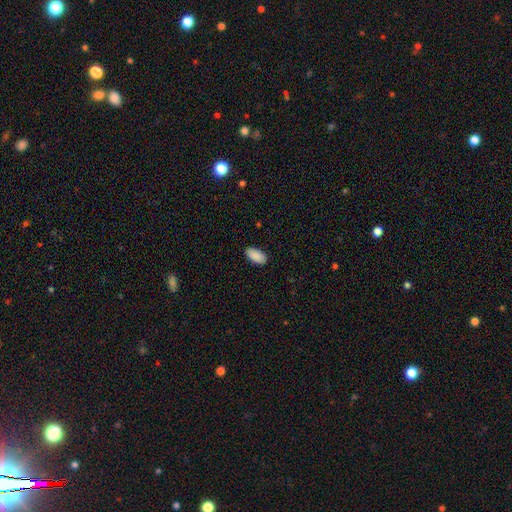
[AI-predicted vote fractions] This is clearly a smooth galaxy (90%). How rounded: clearly in between (95%). Merging: clearly none (88%).